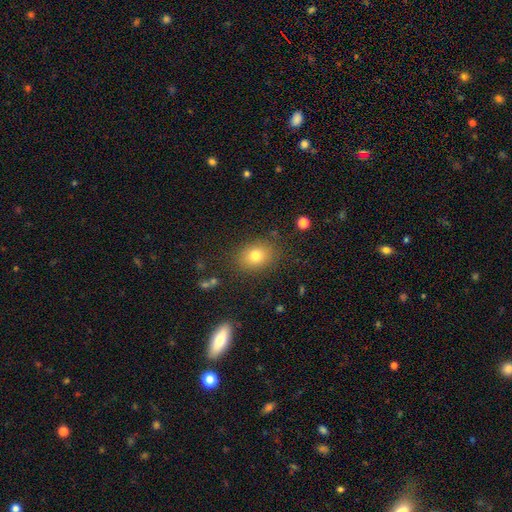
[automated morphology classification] Overall: smooth (78%). How rounded: in between (54%; round 45%). Merging: none (84%).